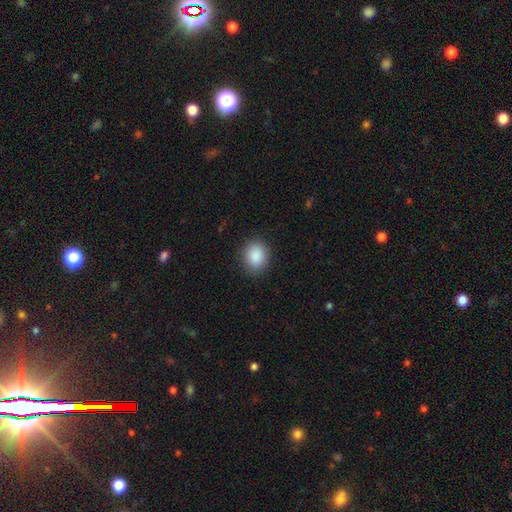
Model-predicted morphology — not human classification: This appears to be a smooth galaxy with no disk features (89%) that is round (54%). Merging: none (88%).